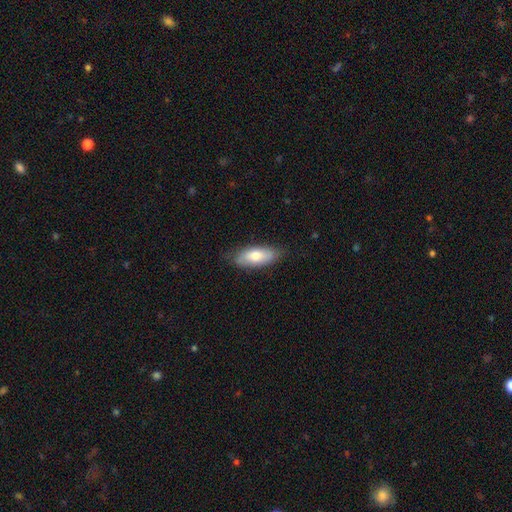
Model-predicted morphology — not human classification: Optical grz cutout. It shows a smooth galaxy with no disk features (70%) that is in between round and cigar-shaped (82%). Merging: none (76%).